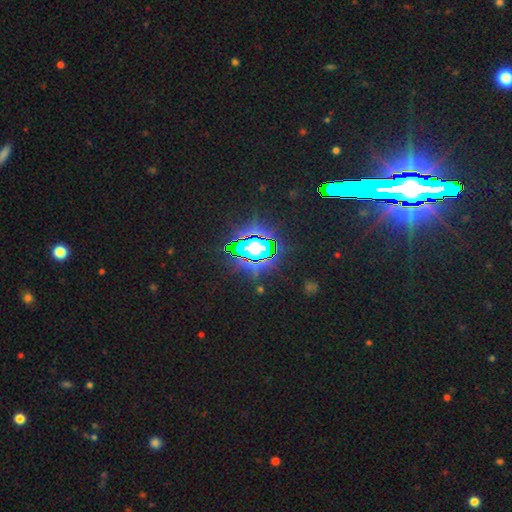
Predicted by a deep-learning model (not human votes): The model was most divided on "smooth or featured": star or artifact: 85%, featured or disk: 8%, smooth: 7%.